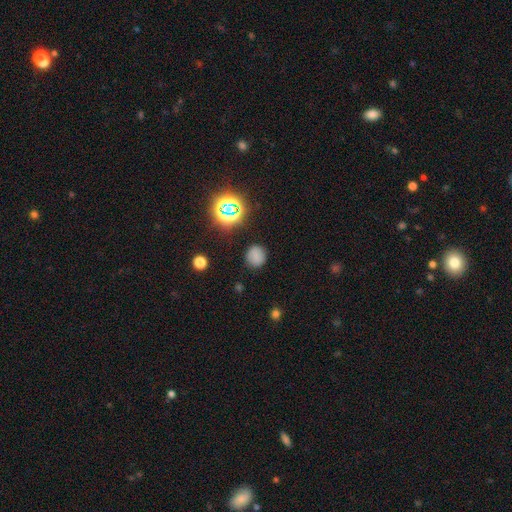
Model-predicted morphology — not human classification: smooth 72%, star or artifact 21%, featured or disk 7%. Down the decision tree: how rounded — round (83%); merging — none (84%).